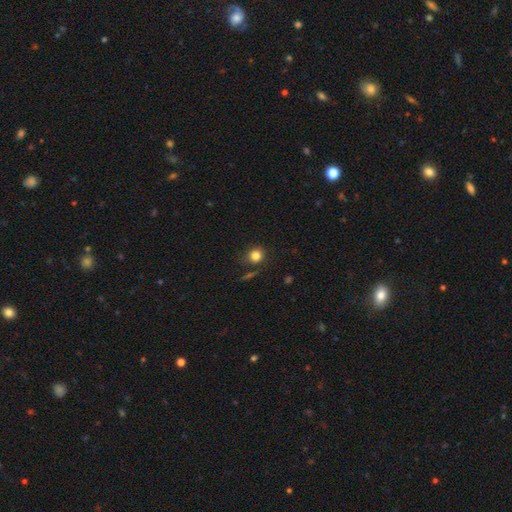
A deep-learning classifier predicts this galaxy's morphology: Smooth or featured? smooth (82%)
How rounded? round (84%)
Merging? none (77%)